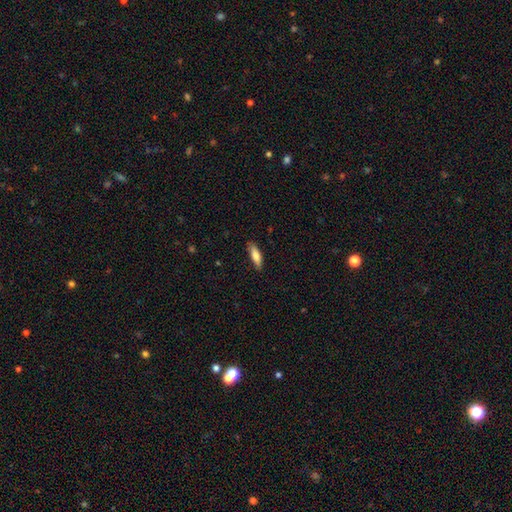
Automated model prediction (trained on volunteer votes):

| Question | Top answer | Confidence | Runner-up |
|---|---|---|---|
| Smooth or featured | smooth | 77% | featured or disk (17%) |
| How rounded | cigar-shaped | 53% | in between (45%) |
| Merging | none | 84% | minor disturbance (12%) |